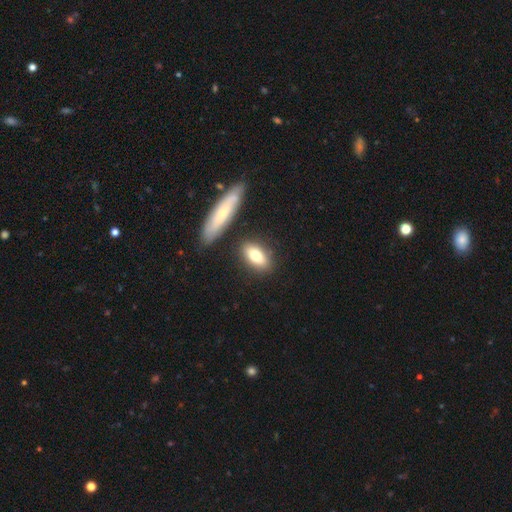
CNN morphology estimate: smooth-or-featured: smooth: 74% | featured or disk: 19% | star or artifact: 7%
  how-rounded: in between: 78% | cigar-shaped: 17% | round: 5%
  merging: none: 79% | minor disturbance: 11% | merger: 7% | major disturbance: 3%